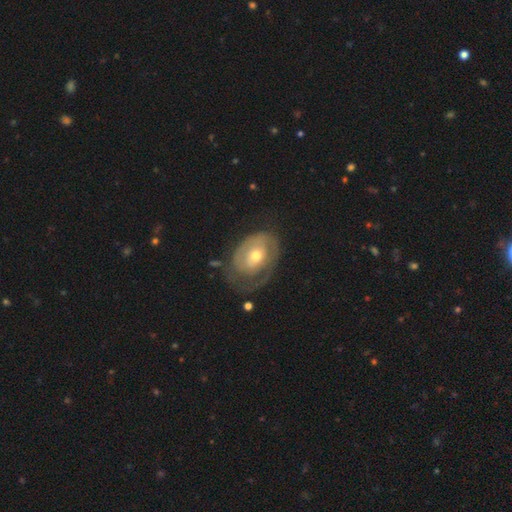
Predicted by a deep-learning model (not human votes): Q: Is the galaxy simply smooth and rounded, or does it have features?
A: featured or disk — 65%.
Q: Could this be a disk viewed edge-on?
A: no — 95%.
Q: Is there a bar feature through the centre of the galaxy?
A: no — 72%.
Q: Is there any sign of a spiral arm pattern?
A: yes — 62%.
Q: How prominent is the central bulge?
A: moderate — 61%.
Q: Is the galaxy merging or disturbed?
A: none — 48%.